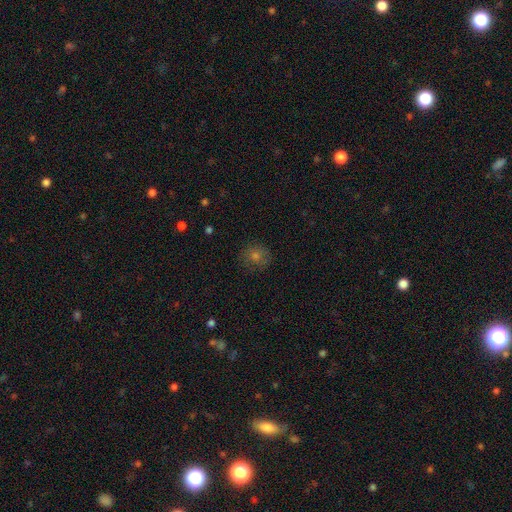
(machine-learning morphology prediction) This appears to be a smooth galaxy with no disk features (61%) that is round (87%). Merging: none (84%).